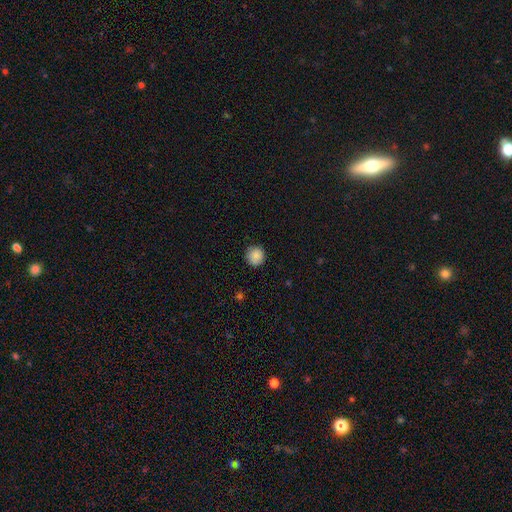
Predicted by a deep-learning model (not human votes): This is clearly a smooth galaxy (87%). How rounded: clearly round (95%). Merging: clearly none (89%).